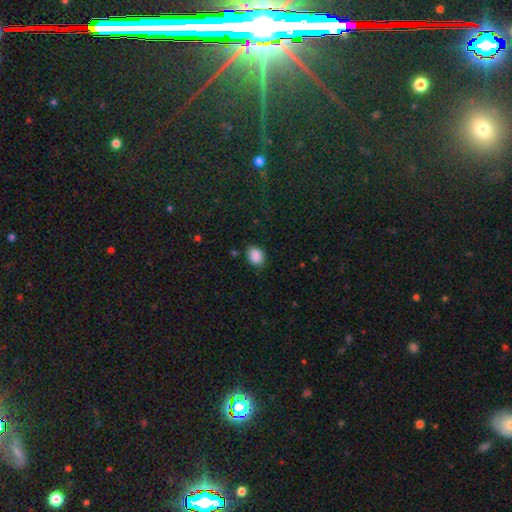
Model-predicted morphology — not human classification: A smooth galaxy with no disk features (88%) that is in between round and cigar-shaped (70%).

Vote fractions:
- Smooth or featured? smooth: 88% / star or artifact: 8% / featured or disk: 4%
- How rounded? in between: 70% / round: 29% / cigar-shaped: 1%
- Merging? none: 81% / minor disturbance: 14% / major disturbance: 3% / merger: 2%